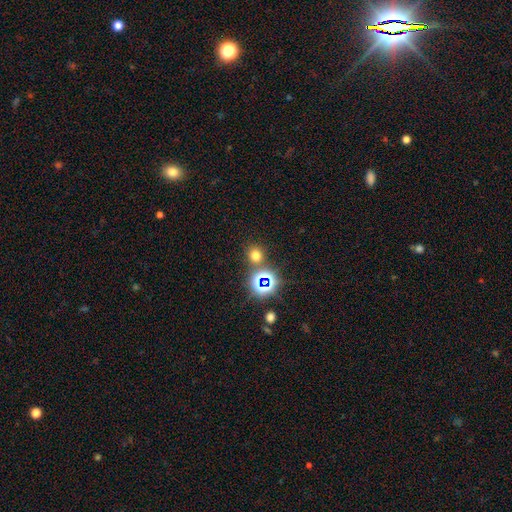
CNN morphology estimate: This appears to be a smooth galaxy with no disk features (63%) that is round (84%). Merging: none (79%).